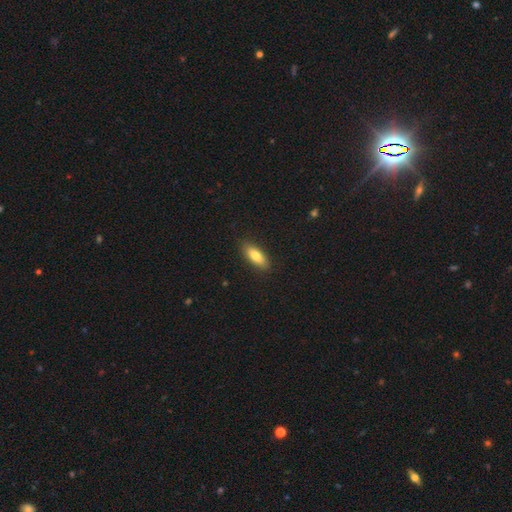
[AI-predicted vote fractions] Smooth or featured? Predicted: smooth (p=0.78). How rounded? Predicted: in between (p=0.73). Merging? Predicted: none (p=0.87).